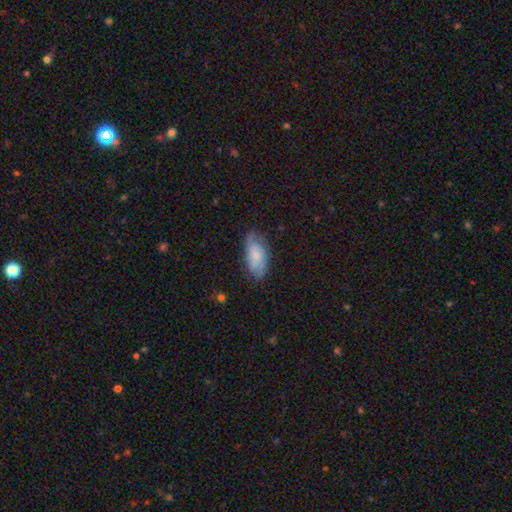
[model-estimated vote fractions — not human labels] This is likely a smooth galaxy (64%). How rounded: clearly in between (89%). Merging: likely none (70%).